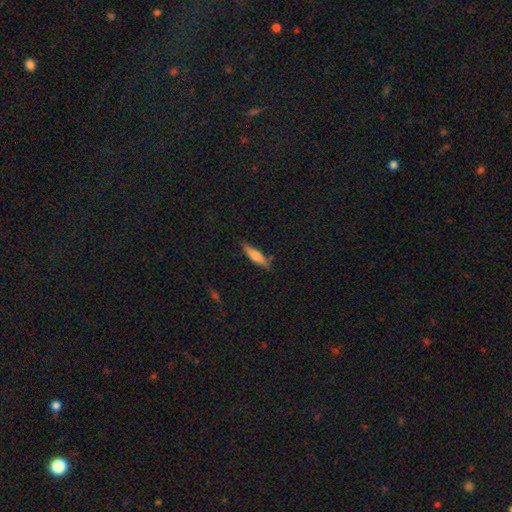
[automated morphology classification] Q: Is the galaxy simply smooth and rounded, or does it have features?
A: smooth — 70%.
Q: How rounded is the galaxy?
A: cigar-shaped — 66%.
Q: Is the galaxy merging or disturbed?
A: none — 79%.